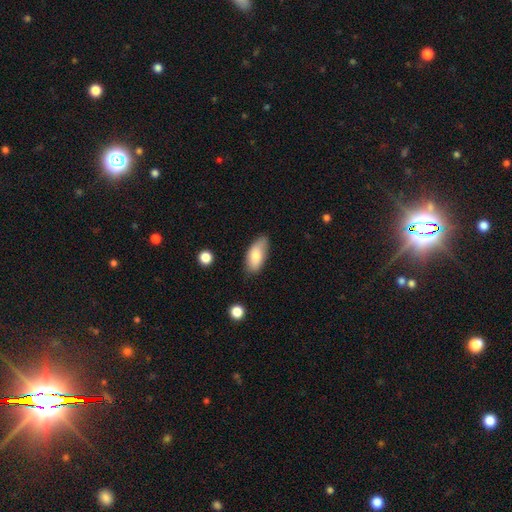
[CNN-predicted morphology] Smooth or featured: smooth — 78% (featured or disk — 16%)
How rounded: in between — 89% (cigar-shaped — 9%)
Merging: none — 73% (minor disturbance — 21%)